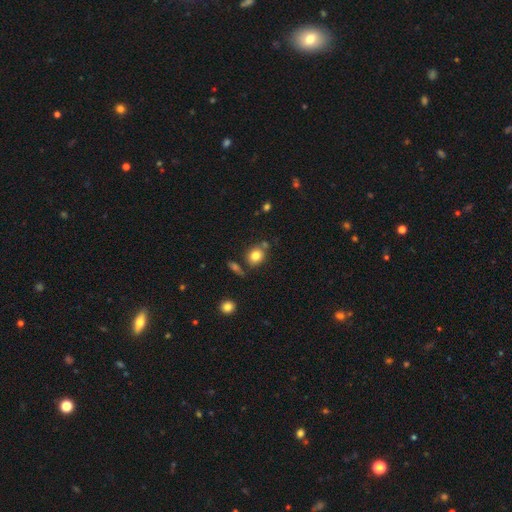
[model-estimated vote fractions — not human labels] smooth 80%, star or artifact 11%, featured or disk 10%. Down the decision tree: how rounded — round (65%); merging — none (69%).